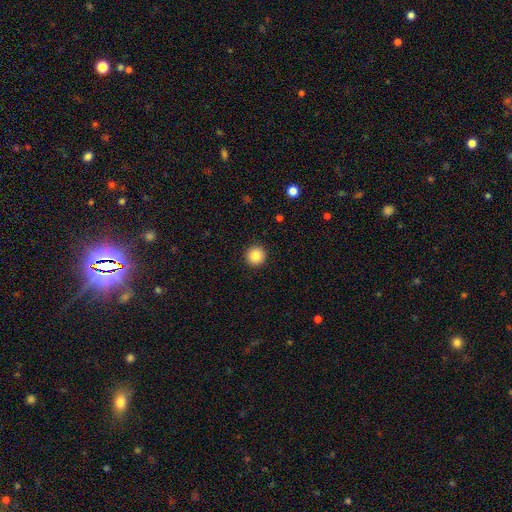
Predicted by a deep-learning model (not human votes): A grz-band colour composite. It shows a smooth galaxy with no disk features (85%) that is round (96%). Merging: none (93%).